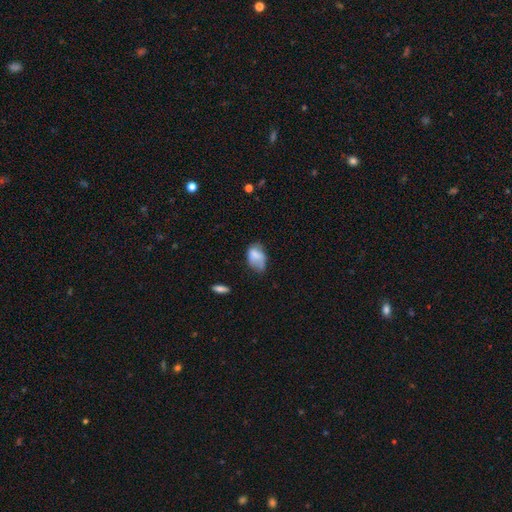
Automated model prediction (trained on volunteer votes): This is likely a smooth galaxy (74%). How rounded: clearly in between (83%). Merging: marginally minor disturbance (42%).